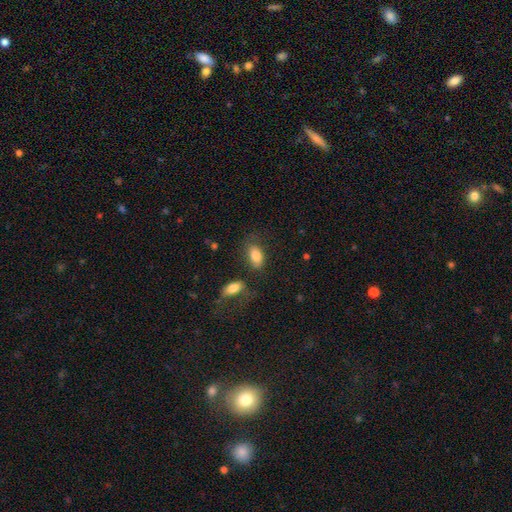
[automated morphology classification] Smooth or featured? smooth (83%)
How rounded? in between (92%)
Merging? none (63%)